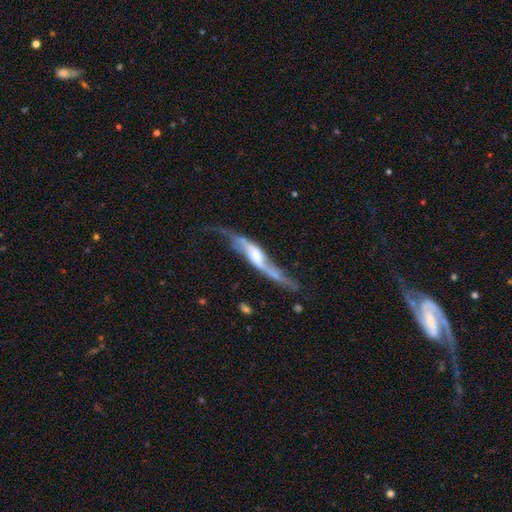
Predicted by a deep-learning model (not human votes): The model was most divided on "merging": none: 39%, major disturbance: 28%, minor disturbance: 24%, merger: 8%. More confident: smooth or featured — featured or disk (77%); edge-on disk — no (57%).